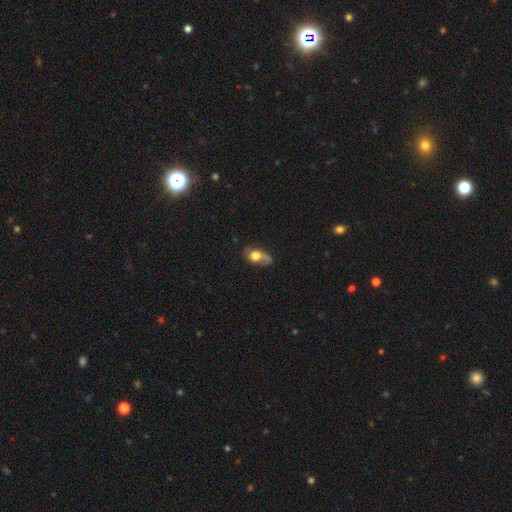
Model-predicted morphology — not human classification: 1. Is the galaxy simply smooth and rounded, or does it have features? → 55% smooth, 37% featured or disk, 8% star or artifact.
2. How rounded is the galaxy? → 78% in between, 15% round, 6% cigar-shaped.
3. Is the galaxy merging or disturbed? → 43% none, 32% minor disturbance, 22% major disturbance, 4% merger.